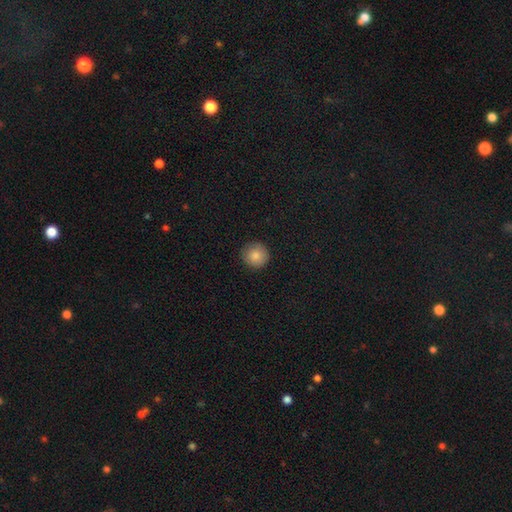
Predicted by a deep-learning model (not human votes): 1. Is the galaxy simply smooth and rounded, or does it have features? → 86% smooth, 8% star or artifact, 6% featured or disk.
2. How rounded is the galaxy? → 95% round, 4% in between, 1% cigar-shaped.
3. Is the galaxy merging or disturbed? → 90% none, 7% minor disturbance, 2% major disturbance, 1% merger.